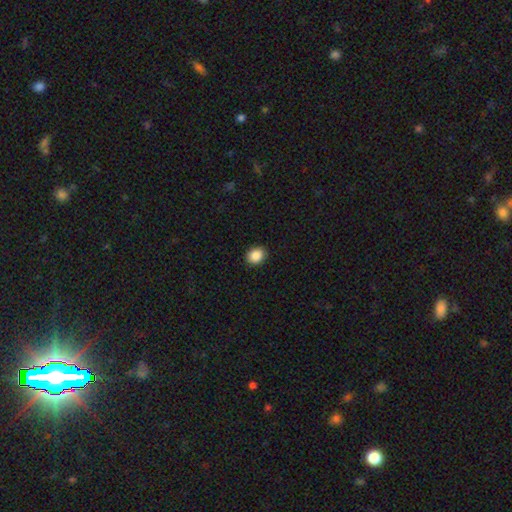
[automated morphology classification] Smooth or featured? Predicted: smooth (p=0.88). How rounded? Predicted: round (p=0.57). Merging? Predicted: none (p=0.91).